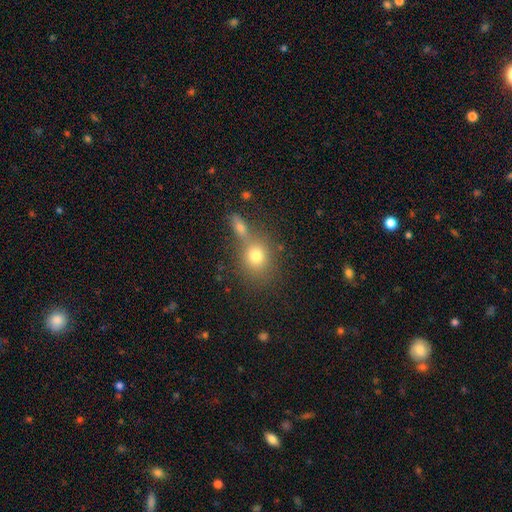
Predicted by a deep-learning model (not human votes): smooth-or-featured: smooth: 74% | star or artifact: 13% | featured or disk: 13%
  how-rounded: round: 71% | in between: 28% | cigar-shaped: 2%
  merging: none: 52% | merger: 34% | minor disturbance: 10% | major disturbance: 4%